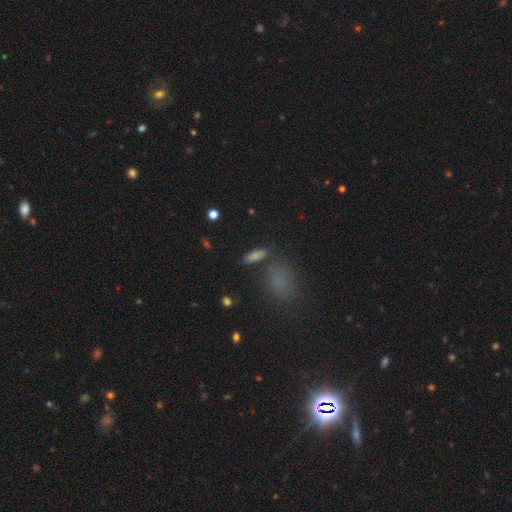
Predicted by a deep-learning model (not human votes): Smooth or featured?
  - smooth: 69% *
  - star or artifact: 18%
  - featured or disk: 13%
How rounded?
  - in between: 55% *
  - cigar-shaped: 35%
  - round: 10%
Merging?
  - none: 71% *
  - merger: 12%
  - minor disturbance: 12%
  - major disturbance: 5%